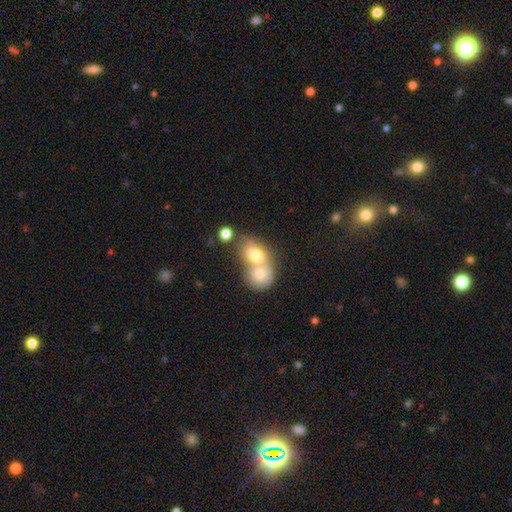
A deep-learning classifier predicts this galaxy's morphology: smooth-or-featured: smooth: 72% | featured or disk: 19% | star or artifact: 9%
  how-rounded: in between: 52% | round: 46% | cigar-shaped: 2%
  merging: merger: 67% | none: 23% | minor disturbance: 7% | major disturbance: 3%